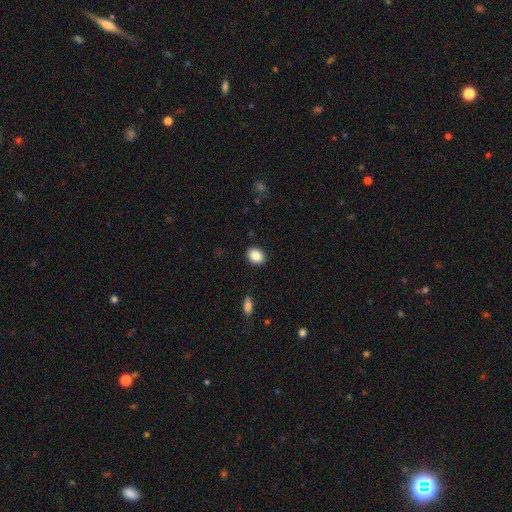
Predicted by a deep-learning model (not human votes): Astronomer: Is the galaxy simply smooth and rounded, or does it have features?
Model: smooth — 87%.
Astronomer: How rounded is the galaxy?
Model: in between — 62%.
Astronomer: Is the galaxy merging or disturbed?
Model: none — 90%.